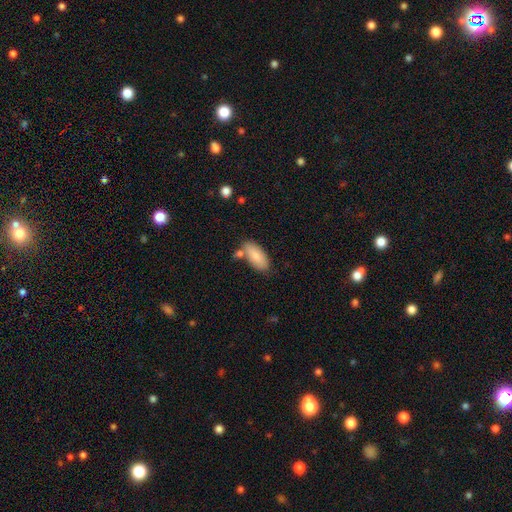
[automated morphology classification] Q: Smooth or featured?
A: smooth (84%); runner-up: featured or disk (10%)
Q: How rounded?
A: in between (87%); runner-up: cigar-shaped (11%)
Q: Merging?
A: none (66%); runner-up: minor disturbance (16%)